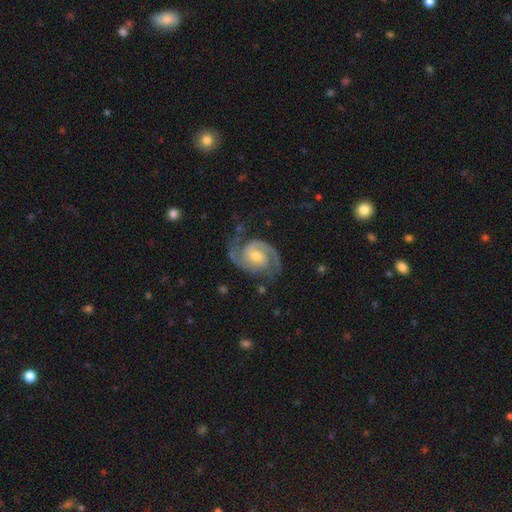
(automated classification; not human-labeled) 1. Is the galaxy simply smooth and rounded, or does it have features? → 92% featured or disk, 4% star or artifact, 4% smooth.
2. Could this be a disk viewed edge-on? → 98% no, 2% yes.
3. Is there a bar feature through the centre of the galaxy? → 53% no, 37% weak, 10% strong.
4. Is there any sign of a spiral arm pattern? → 98% yes, 2% no.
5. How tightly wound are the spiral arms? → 54% medium, 35% tight, 11% loose.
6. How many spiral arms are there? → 92% 2, 2% can't tell, 2% 3, 2% 1, 1% 4, 1% more than 4.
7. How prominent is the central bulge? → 57% moderate, 37% small, 4% large, 2% none, 1% dominant.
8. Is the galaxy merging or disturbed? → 76% none, 16% minor disturbance, 7% major disturbance, 2% merger.